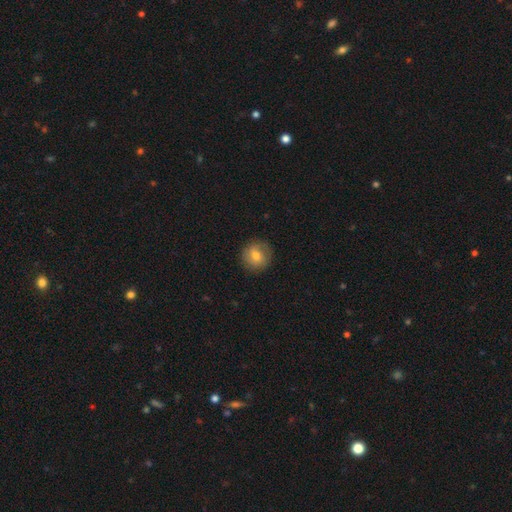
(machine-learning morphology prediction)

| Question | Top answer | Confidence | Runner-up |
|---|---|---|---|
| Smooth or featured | smooth | 69% | featured or disk (22%) |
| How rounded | round | 89% | in between (10%) |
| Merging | none | 86% | minor disturbance (10%) |